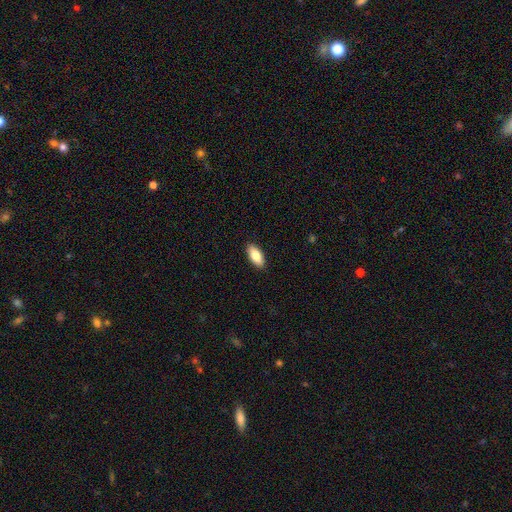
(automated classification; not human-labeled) Q: Smooth or featured?
A: smooth (82%); runner-up: featured or disk (12%)
Q: How rounded?
A: in between (88%); runner-up: cigar-shaped (10%)
Q: Merging?
A: none (90%); runner-up: minor disturbance (7%)